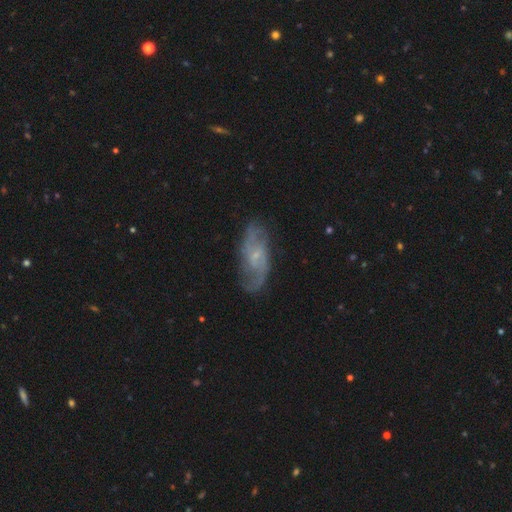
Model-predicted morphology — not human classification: featured or disk 80%, smooth 14%, star or artifact 7%. Down the decision tree: edge-on disk — no (93%); bar — weak (48%); spiral arms — yes (92%); spiral arm count — 2 (71%); spiral winding — medium (45%); bulge size — small (68%); merging — none (73%).